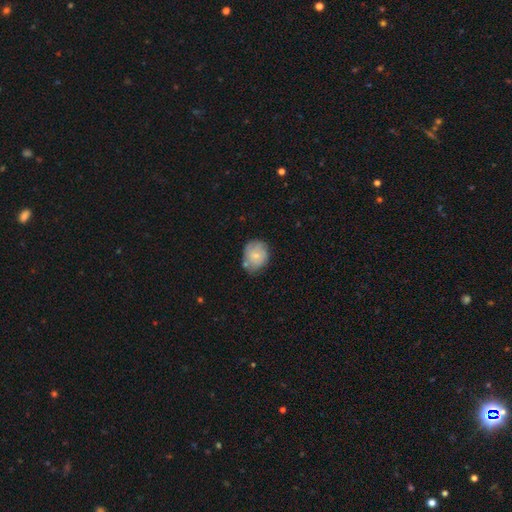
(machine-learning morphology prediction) smooth 63%, featured or disk 30%, star or artifact 7%. Down the decision tree: how rounded — round (65%); merging — none (59%).